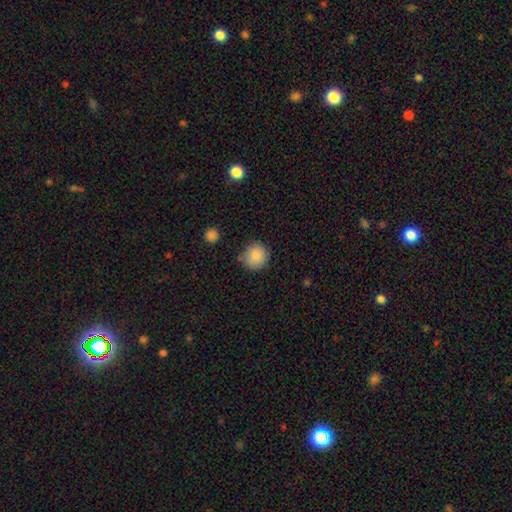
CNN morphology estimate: Smooth or featured?
  - smooth: 87% *
  - star or artifact: 8%
  - featured or disk: 4%
How rounded?
  - round: 92% *
  - in between: 7%
  - cigar-shaped: 1%
Merging?
  - none: 75% *
  - minor disturbance: 18%
  - major disturbance: 4%
  - merger: 3%